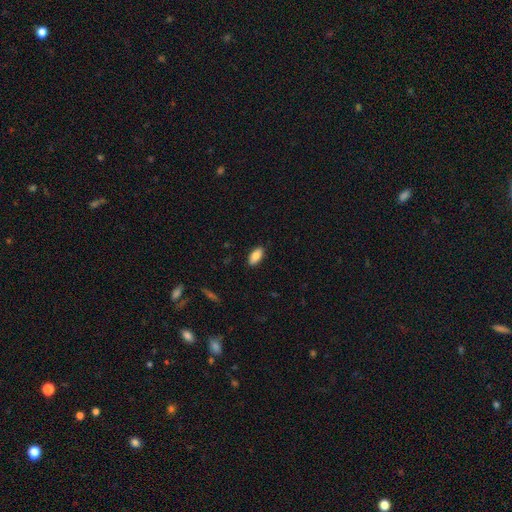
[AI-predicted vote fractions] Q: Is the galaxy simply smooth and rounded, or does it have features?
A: smooth — 85%.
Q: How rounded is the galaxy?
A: in between — 91%.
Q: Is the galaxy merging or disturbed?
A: none — 88%.